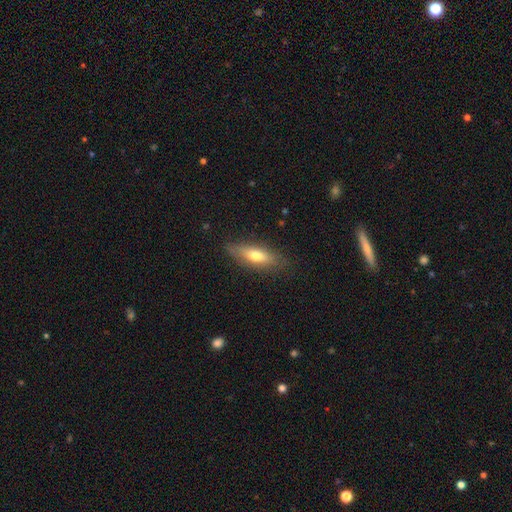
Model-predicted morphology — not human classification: Overall: smooth (63%; featured or disk 30%). How rounded: in between (51%; cigar-shaped 46%). Merging: none (81%).